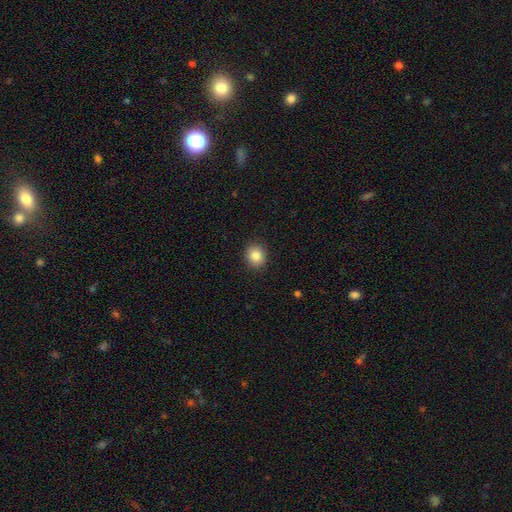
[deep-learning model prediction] Q: Smooth or featured?
A: smooth (85%); runner-up: star or artifact (9%)
Q: How rounded?
A: round (75%); runner-up: in between (24%)
Q: Merging?
A: none (91%); runner-up: minor disturbance (6%)